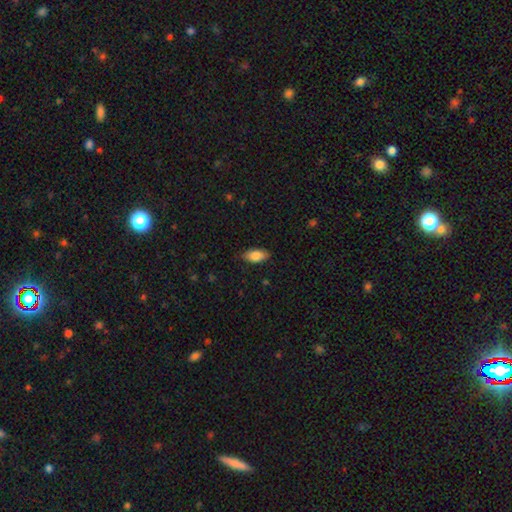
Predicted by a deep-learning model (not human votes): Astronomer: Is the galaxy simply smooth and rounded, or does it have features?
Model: smooth — 84%.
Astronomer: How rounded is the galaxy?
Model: in between — 90%.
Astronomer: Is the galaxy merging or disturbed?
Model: none — 83%.